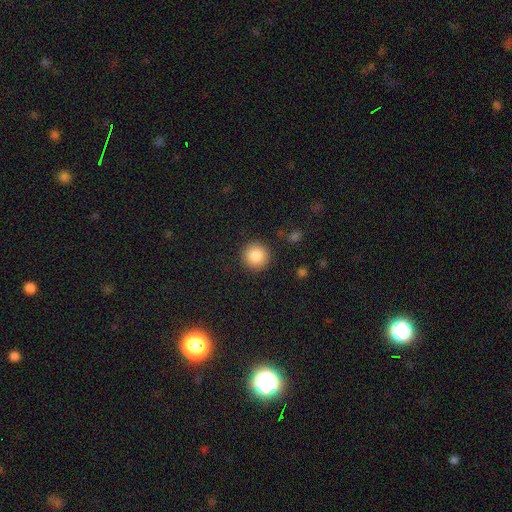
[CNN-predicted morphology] Smooth or featured: smooth — 86% (star or artifact — 9%)
How rounded: round — 95% (in between — 4%)
Merging: none — 91% (minor disturbance — 6%)